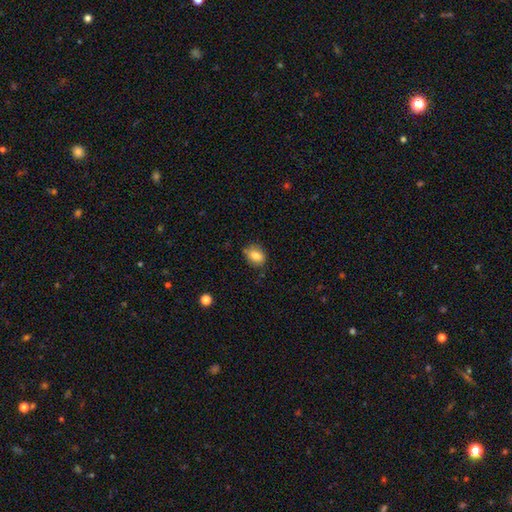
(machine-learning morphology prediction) This is clearly a smooth galaxy (81%). How rounded: likely in between (66%). Merging: likely none (74%).